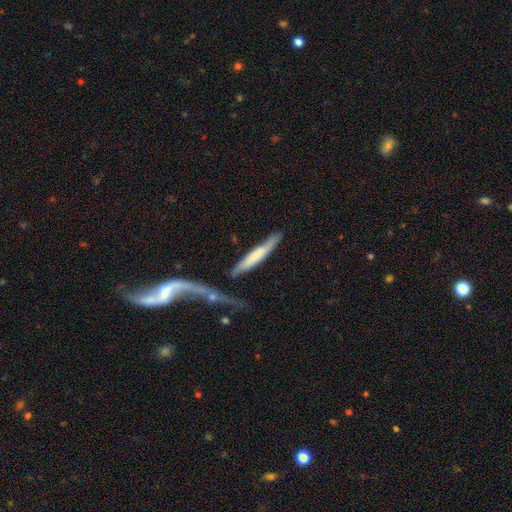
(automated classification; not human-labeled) A smooth galaxy with no disk features (59%) that is cigar-shaped (92%).

Vote fractions:
- Smooth or featured? smooth: 59% / featured or disk: 36% / star or artifact: 5%
- How rounded? cigar-shaped: 92% / in between: 6% / round: 1%
- Merging? none: 63% / minor disturbance: 18% / merger: 11% / major disturbance: 7%